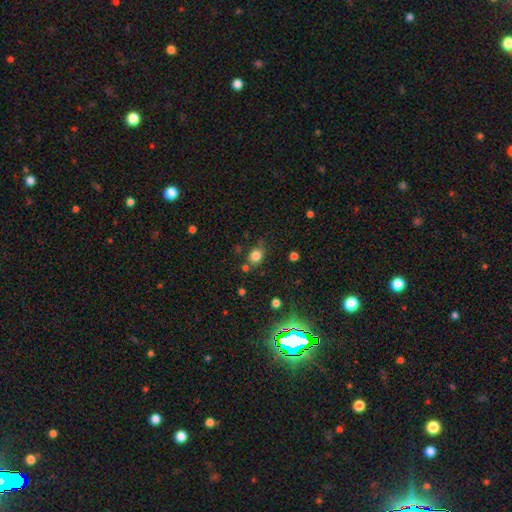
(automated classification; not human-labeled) Smooth or featured? smooth (80%)
How rounded? round (54%)
Merging? none (69%)